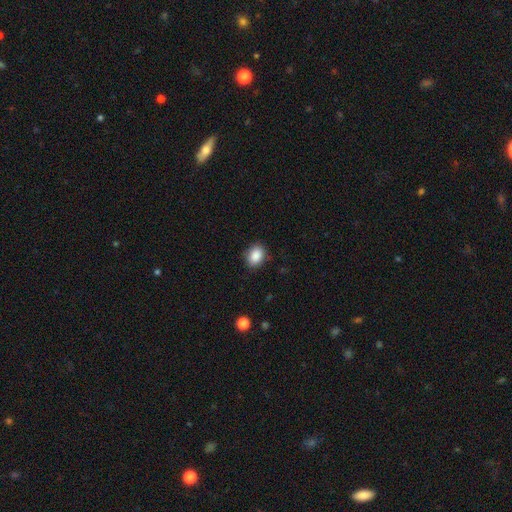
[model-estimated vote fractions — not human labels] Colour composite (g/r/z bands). It shows a smooth galaxy with no disk features (88%) that is in between round and cigar-shaped (66%). Merging: none (85%).